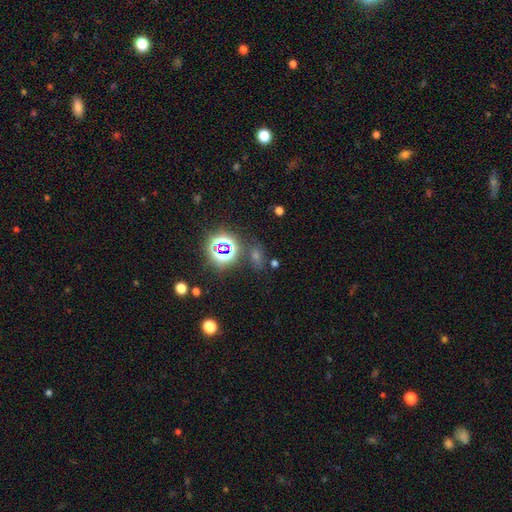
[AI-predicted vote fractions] Smooth or featured? star or artifact (67%)